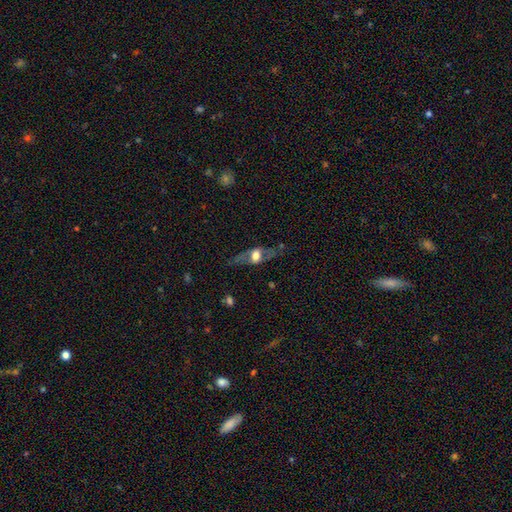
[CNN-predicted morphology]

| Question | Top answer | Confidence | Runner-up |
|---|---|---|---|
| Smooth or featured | featured or disk | 60% | smooth (33%) |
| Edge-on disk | yes | 70% | no (30%) |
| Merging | none | 71% | minor disturbance (18%) |